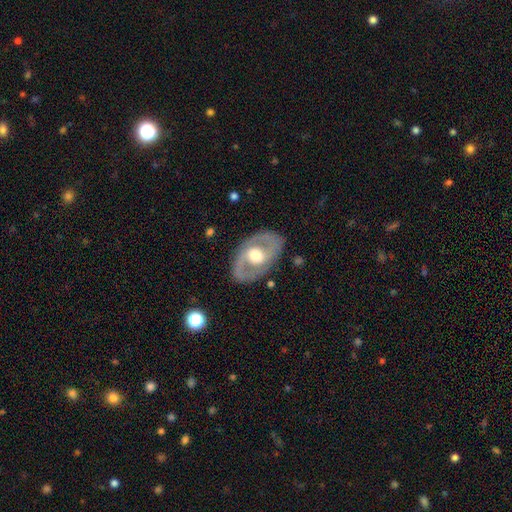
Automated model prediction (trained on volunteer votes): Smooth or featured? Predicted: featured or disk (p=0.76). Edge-on disk? Predicted: no (p=0.93). Bar? Predicted: no (p=0.59). Spiral arms? Predicted: yes (p=0.65). Bulge size? Predicted: moderate (p=0.67). Merging? Predicted: none (p=0.83).